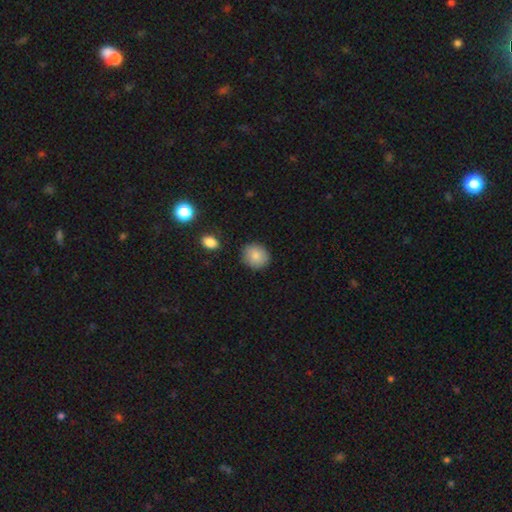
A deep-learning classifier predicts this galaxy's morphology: A smooth galaxy with no disk features (86%) that is round (78%). Merging: none (86%).